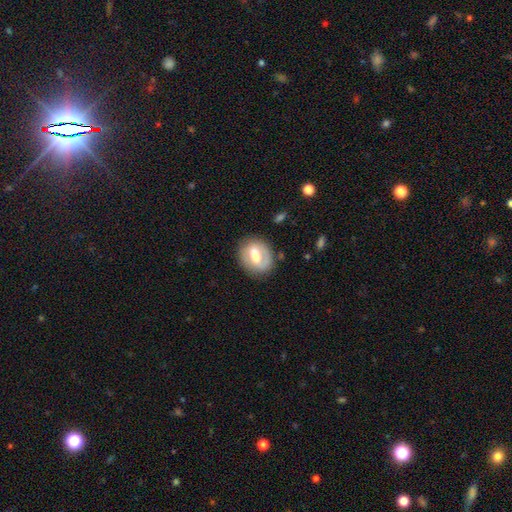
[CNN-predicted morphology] Overall: featured or disk (54%; smooth 40%). Edge-on disk: no (94%). Bar: weak (44%; strong 36%). Spiral arms: no (52%; yes 48%). Bulge size: moderate (65%). Merging: none (78%).